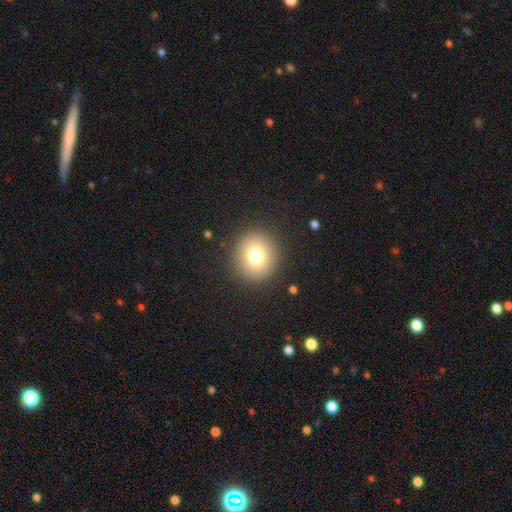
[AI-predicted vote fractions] Smooth or featured? smooth (75%)
How rounded? round (91%)
Merging? none (90%)